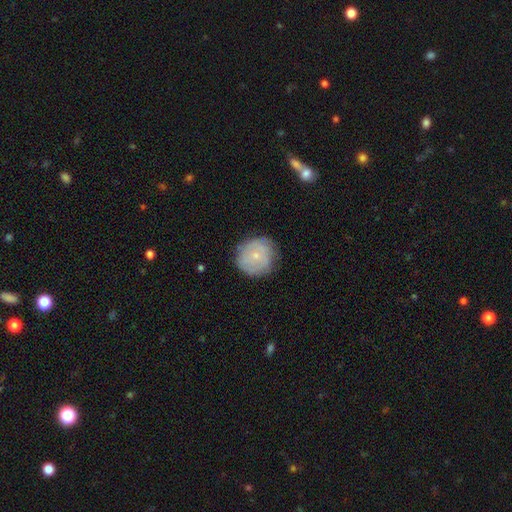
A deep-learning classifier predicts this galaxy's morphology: A smooth galaxy with no disk features (51%) that is round (90%).

Vote fractions:
- Smooth or featured? smooth: 51% / featured or disk: 41% / star or artifact: 8%
- How rounded? round: 90% / in between: 9% / cigar-shaped: 1%
- Merging? none: 75% / minor disturbance: 18% / major disturbance: 5% / merger: 1%